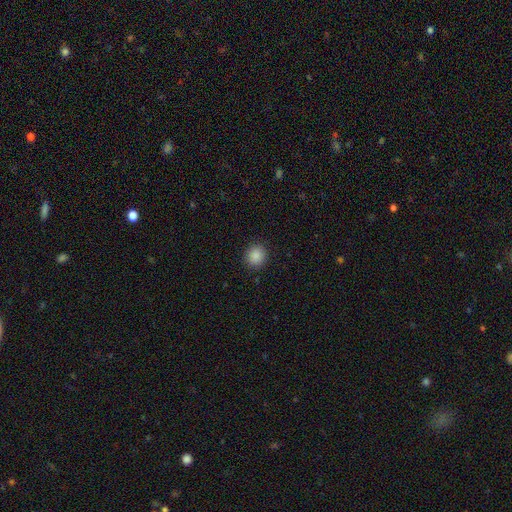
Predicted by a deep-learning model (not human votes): A smooth galaxy with no disk features (88%) that is round (87%).

Vote fractions:
- Smooth or featured? smooth: 88% / star or artifact: 10% / featured or disk: 3%
- How rounded? round: 87% / in between: 12% / cigar-shaped: 1%
- Merging? none: 91% / minor disturbance: 6% / major disturbance: 2% / merger: 1%